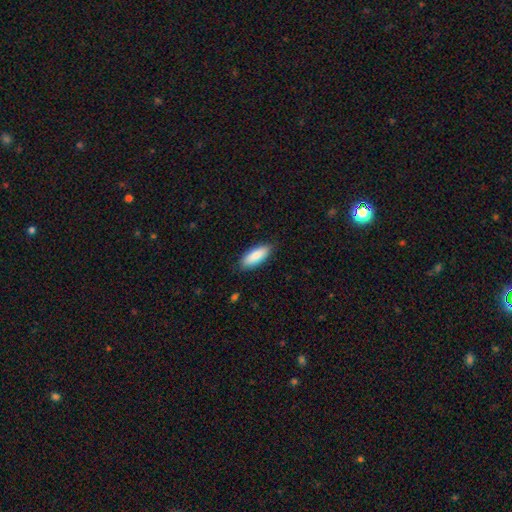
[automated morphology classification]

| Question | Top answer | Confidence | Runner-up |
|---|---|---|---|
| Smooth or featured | smooth | 87% | featured or disk (7%) |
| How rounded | in between | 74% | cigar-shaped (25%) |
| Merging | none | 86% | minor disturbance (11%) |